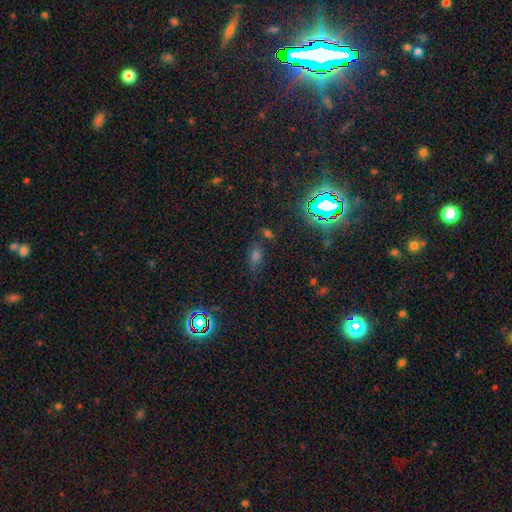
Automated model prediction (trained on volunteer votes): A smooth galaxy with no disk features (47%). Merging: none (70%).